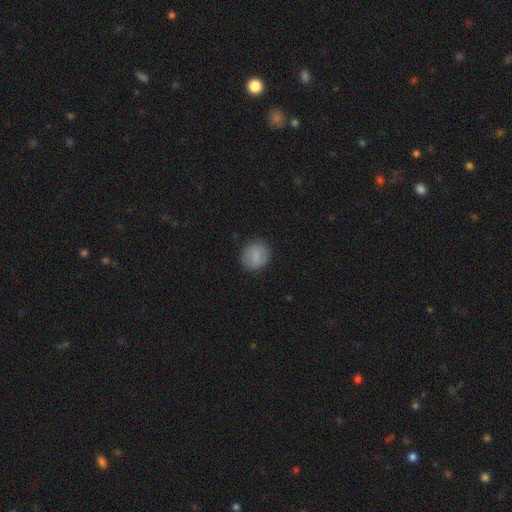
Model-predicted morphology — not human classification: A smooth galaxy with no disk features (78%) that is round (80%).

Vote fractions:
- Smooth or featured? smooth: 78% / featured or disk: 14% / star or artifact: 8%
- How rounded? round: 80% / in between: 19% / cigar-shaped: 1%
- Merging? none: 87% / minor disturbance: 9% / major disturbance: 3% / merger: 1%